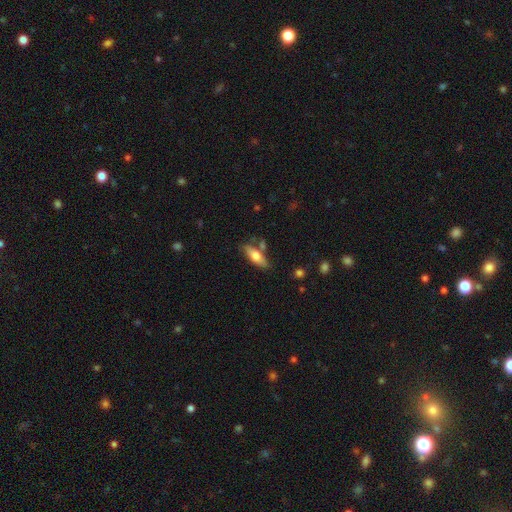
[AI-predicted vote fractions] A smooth galaxy with no disk features (65%) that is in between round and cigar-shaped (58%). Merging: none (66%).